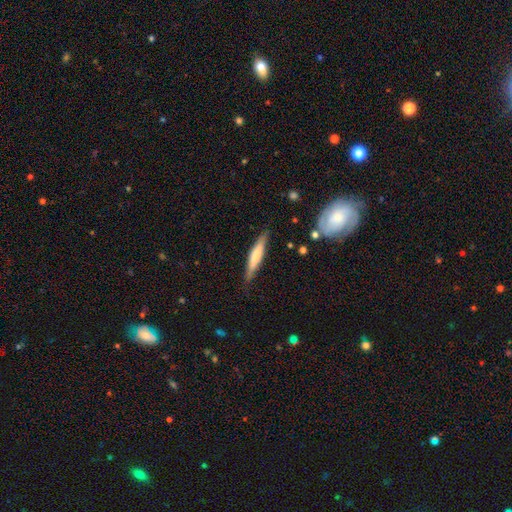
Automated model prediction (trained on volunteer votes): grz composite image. It shows a smooth galaxy with no disk features (60%) that is cigar-shaped (88%). Merging: none (84%).